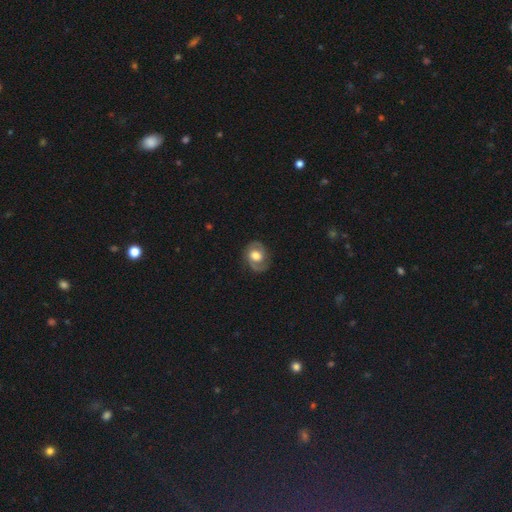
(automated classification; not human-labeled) Smooth or featured? Predicted: featured or disk (p=0.71). Edge-on disk? Predicted: no (p=0.97). Bar? Predicted: no (p=0.56). Spiral arms? Predicted: yes (p=0.86). Spiral winding? Predicted: medium (p=0.49). Spiral arm count? Predicted: 2 (p=0.87). Bulge size? Predicted: moderate (p=0.53). Merging? Predicted: none (p=0.79).